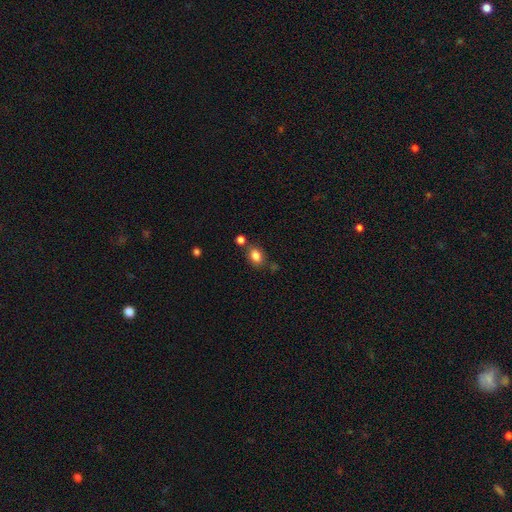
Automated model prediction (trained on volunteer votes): This appears to be a smooth galaxy with no disk features (83%) that is in between round and cigar-shaped (71%). Merging: none (72%).